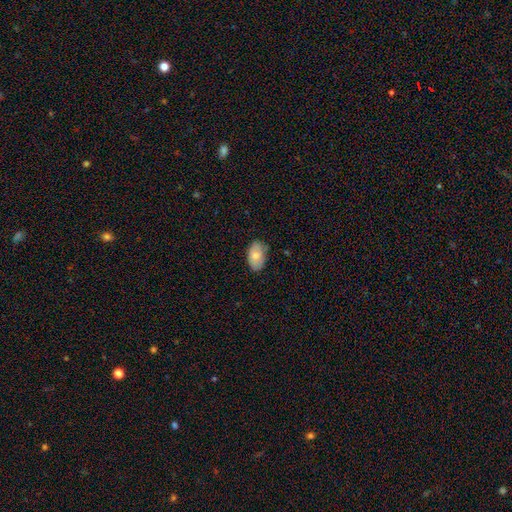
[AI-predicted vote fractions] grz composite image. It shows a smooth galaxy with no disk features (76%) that is in between round and cigar-shaped (92%). Merging: none (75%).